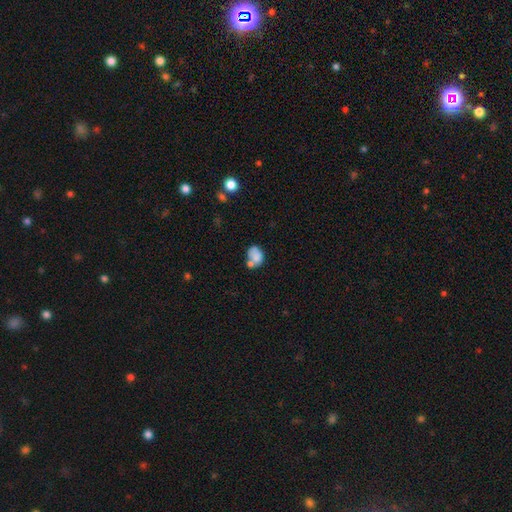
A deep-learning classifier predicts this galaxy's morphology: Smooth or featured?
  - smooth: 73% *
  - featured or disk: 17%
  - star or artifact: 9%
How rounded?
  - in between: 61% *
  - round: 38%
  - cigar-shaped: 1%
Merging?
  - merger: 39% *
  - none: 35%
  - minor disturbance: 17%
  - major disturbance: 9%